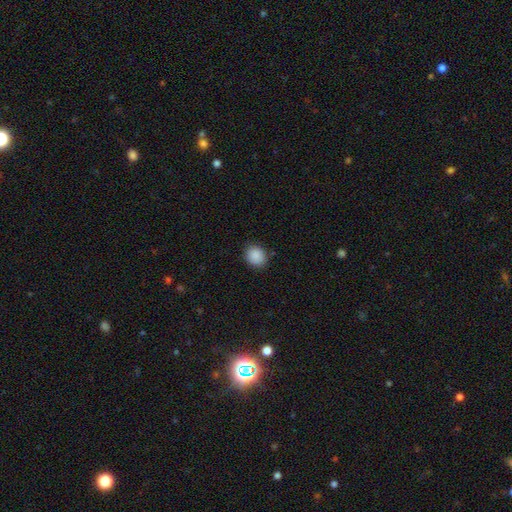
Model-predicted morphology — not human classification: smooth_or_featured: smooth (p=0.89) [alt: star or artifact p=0.08]
how_rounded: round (p=0.73) [alt: in between p=0.26]
merging: none (p=0.86) [alt: minor disturbance p=0.10]